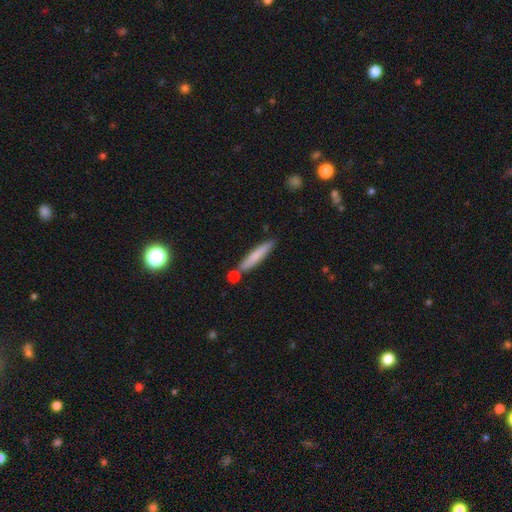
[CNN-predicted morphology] Overall: smooth (73%). How rounded: cigar-shaped (93%). Merging: none (78%).